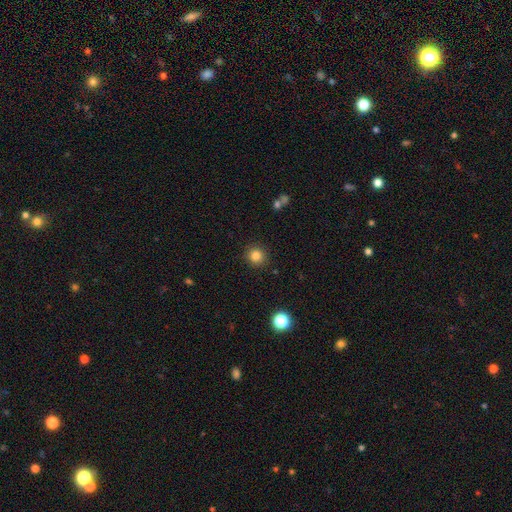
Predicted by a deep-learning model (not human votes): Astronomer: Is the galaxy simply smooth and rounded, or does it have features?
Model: smooth — 83%.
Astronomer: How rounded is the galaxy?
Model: round — 92%.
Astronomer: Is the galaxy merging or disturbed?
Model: none — 90%.